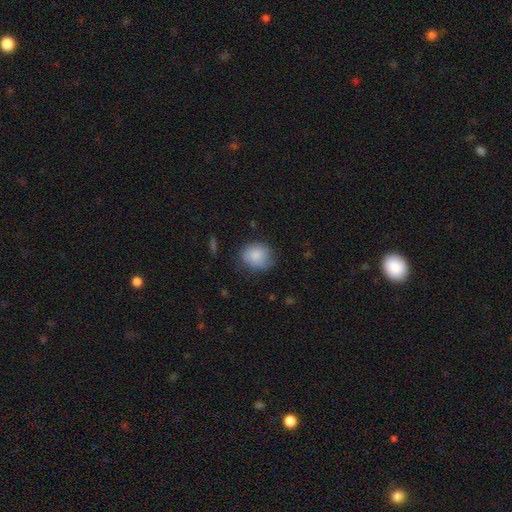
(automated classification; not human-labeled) smooth 86%, star or artifact 7%, featured or disk 7%. Down the decision tree: how rounded — round (69%); merging — none (69%).